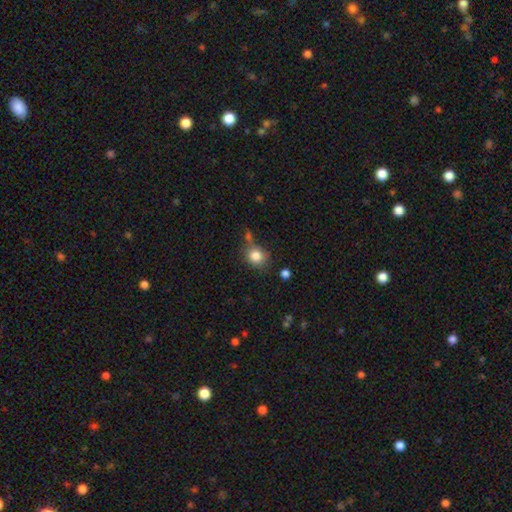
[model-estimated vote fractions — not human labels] This is clearly a smooth galaxy (83%). How rounded: likely round (77%). Merging: likely none (61%).